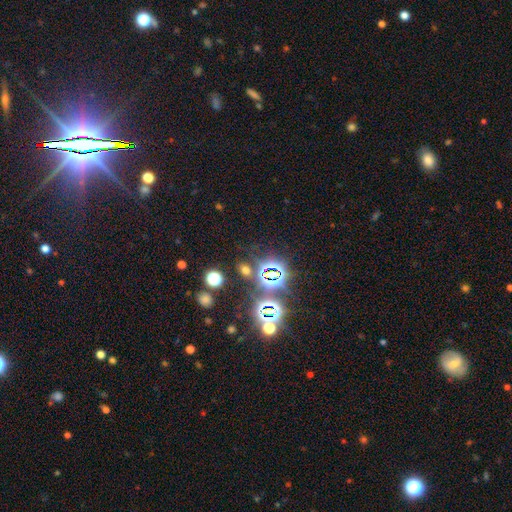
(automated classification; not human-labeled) smooth-or-featured: star or artifact: 81% | smooth: 11% | featured or disk: 8%